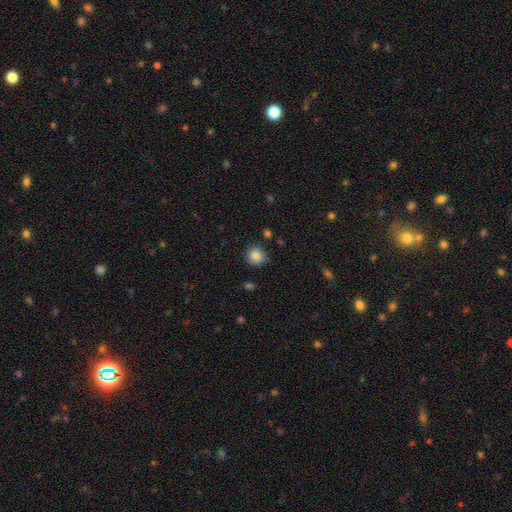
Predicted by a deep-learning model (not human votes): Smooth or featured? smooth (86%)
How rounded? round (90%)
Merging? none (83%)